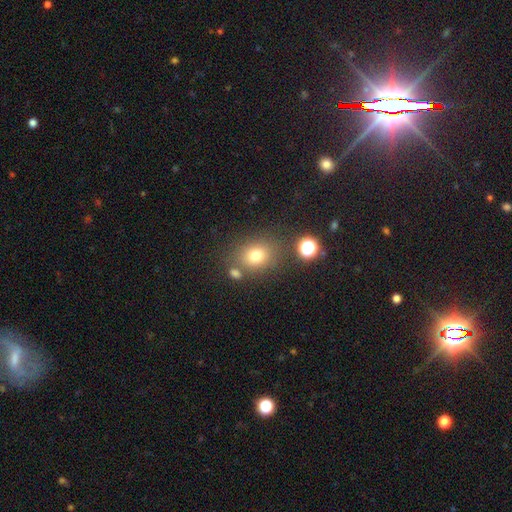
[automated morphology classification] The model was most divided on "how rounded": round: 59%, in between: 40%, cigar-shaped: 1%. More confident: smooth or featured — smooth (75%); merging — none (74%).